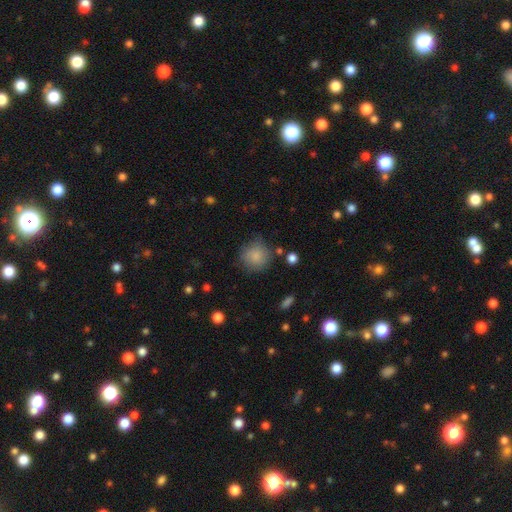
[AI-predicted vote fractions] Morphology: type=smooth (85%); roundness=round (90%); merging=none (73%).